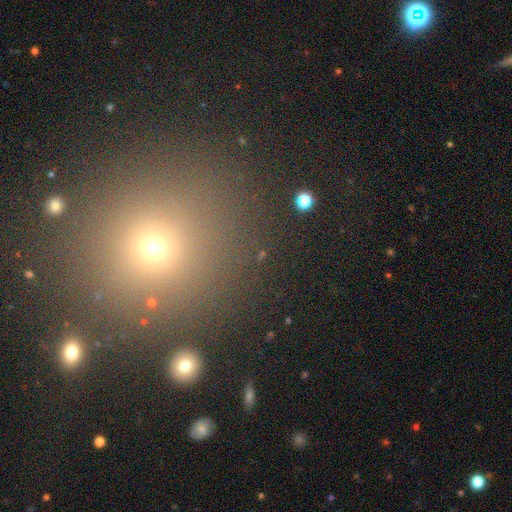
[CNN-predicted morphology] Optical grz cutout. It shows a smooth galaxy with no disk features (52%) that is round (89%). Merging: none (86%).